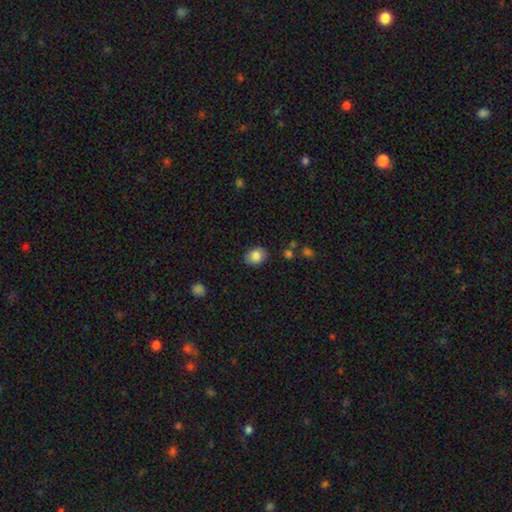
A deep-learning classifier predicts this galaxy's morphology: smooth 83%, star or artifact 9%, featured or disk 8%. Down the decision tree: how rounded — in between (55%); merging — none (85%).